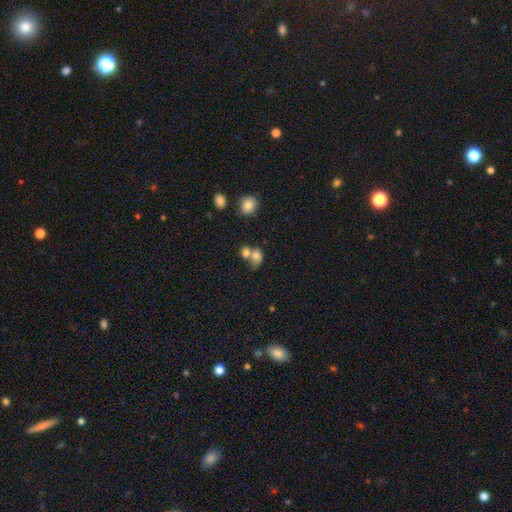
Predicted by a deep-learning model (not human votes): A smooth galaxy with no disk features (76%) that is in between round and cigar-shaped (55%). Merging: merger (60%).